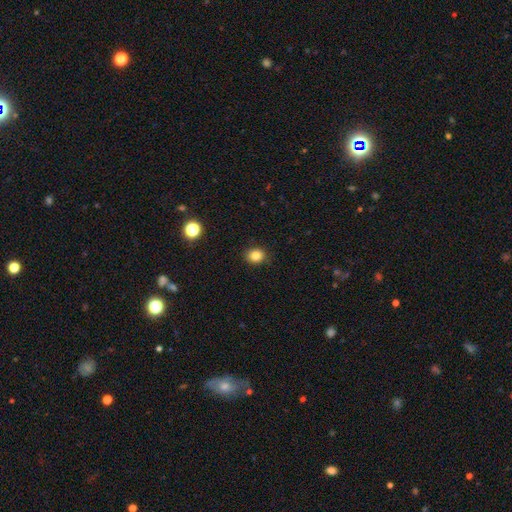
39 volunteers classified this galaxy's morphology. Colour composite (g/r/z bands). It shows a smooth galaxy with no disk features (92%) that is round (53%). Merging: none (86%).